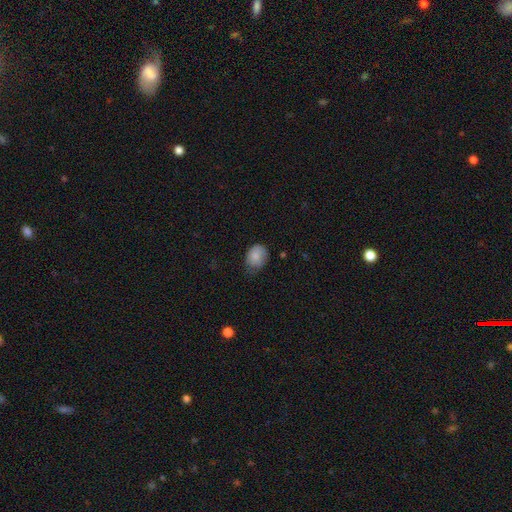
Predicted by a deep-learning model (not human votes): Smooth or featured? smooth (84%)
How rounded? in between (52%)
Merging? none (54%)